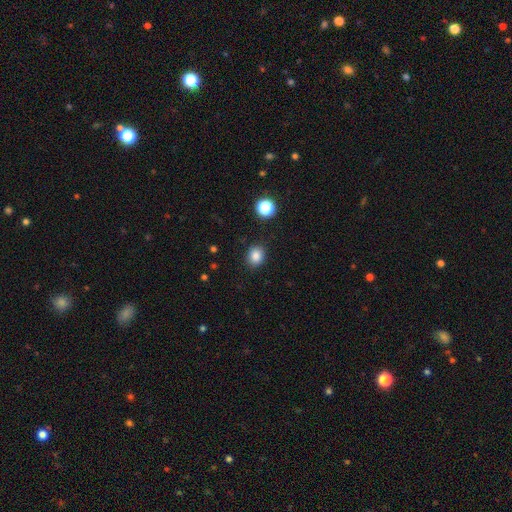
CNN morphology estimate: type=smooth (84%); roundness=round (62%); merging=none (86%).